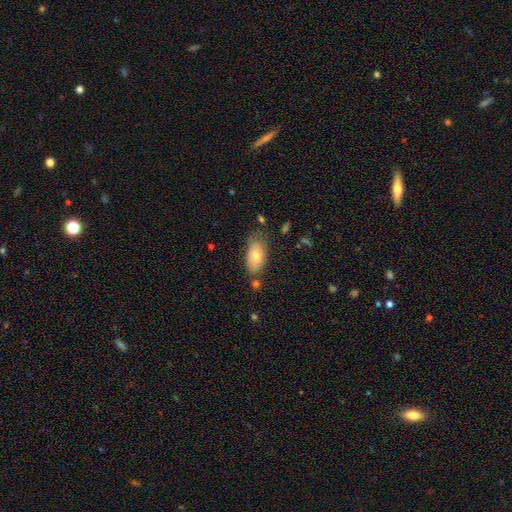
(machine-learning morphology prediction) Smooth or featured? smooth (73%)
How rounded? in between (92%)
Merging? none (66%)